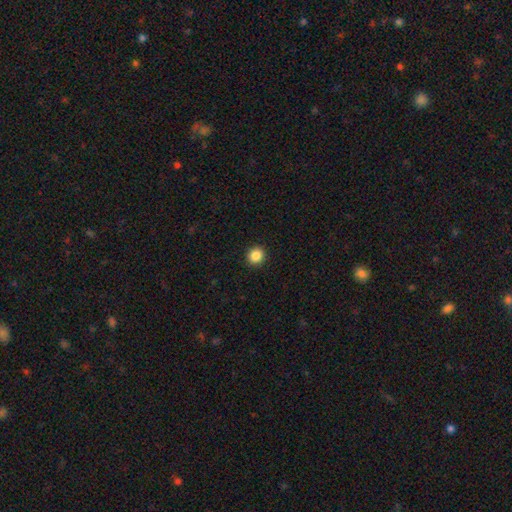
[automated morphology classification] smooth_or_featured: smooth (p=0.87) [alt: star or artifact p=0.10]
how_rounded: round (p=0.90) [alt: in between p=0.09]
merging: none (p=0.93) [alt: minor disturbance p=0.04]